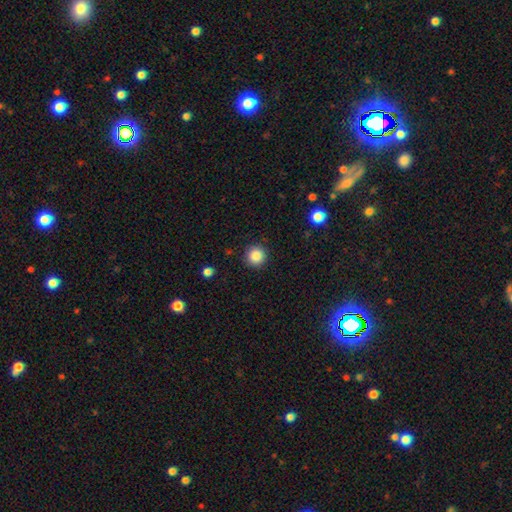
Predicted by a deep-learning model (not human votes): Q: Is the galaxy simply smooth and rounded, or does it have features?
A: smooth — 86%.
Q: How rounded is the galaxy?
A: round — 95%.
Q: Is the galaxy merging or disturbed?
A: none — 91%.